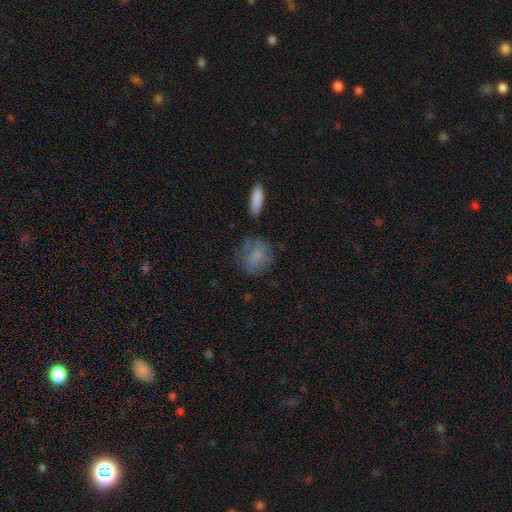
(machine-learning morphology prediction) smooth-or-featured: smooth: 72% | featured or disk: 18% | star or artifact: 10%
  how-rounded: round: 66% | in between: 32% | cigar-shaped: 2%
  merging: none: 60% | minor disturbance: 23% | major disturbance: 13% | merger: 4%